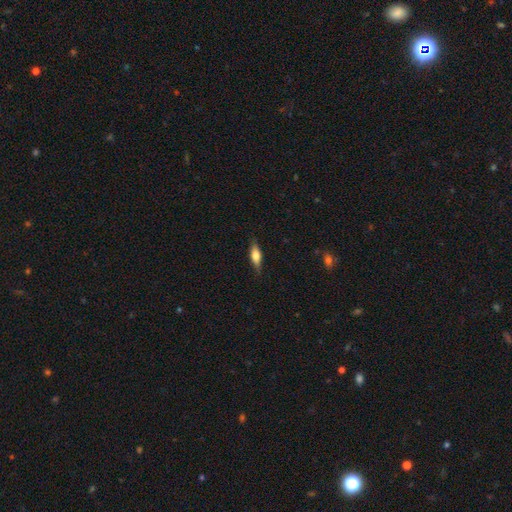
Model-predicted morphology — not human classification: A smooth galaxy with no disk features (62%) that is in between round and cigar-shaped (55%). Merging: none (82%).